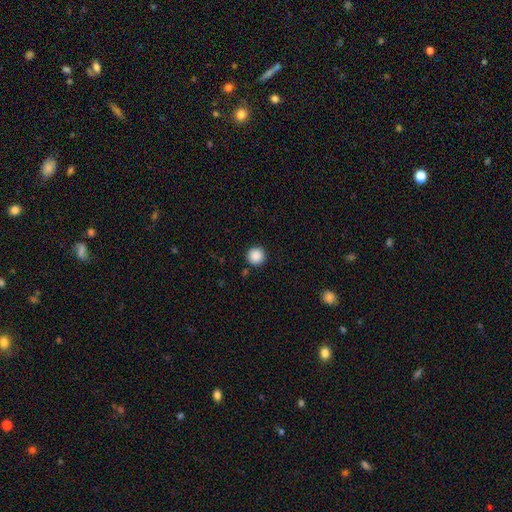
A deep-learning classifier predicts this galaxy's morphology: type=smooth (88%); roundness=round (96%); merging=none (91%).